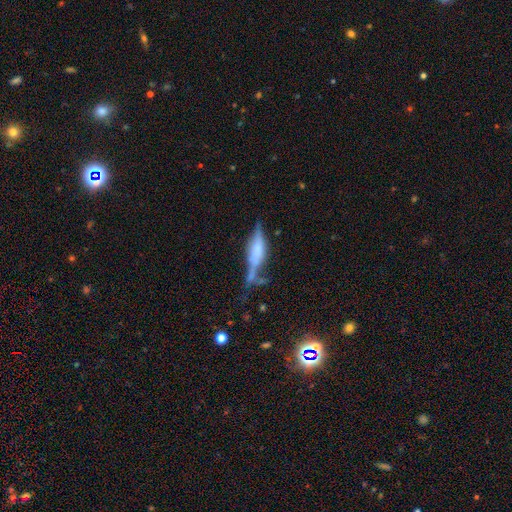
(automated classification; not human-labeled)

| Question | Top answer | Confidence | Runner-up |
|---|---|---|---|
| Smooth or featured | featured or disk | 54% | smooth (33%) |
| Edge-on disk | yes | 85% | no (15%) |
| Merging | none | 45% | minor disturbance (27%) |